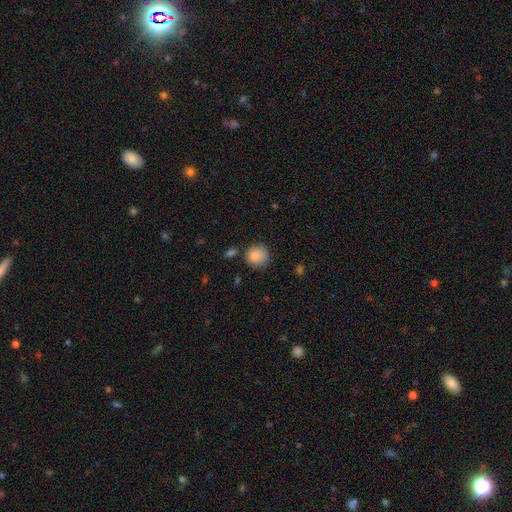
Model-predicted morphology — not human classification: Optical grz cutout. It shows a smooth galaxy with no disk features (85%) that is round (89%). Merging: none (73%).